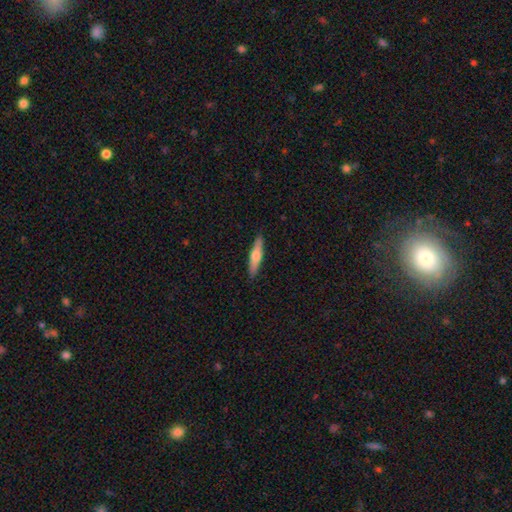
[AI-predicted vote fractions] Smooth or featured? Predicted: smooth (p=0.53). How rounded? Predicted: cigar-shaped (p=0.82). Merging? Predicted: none (p=0.91).